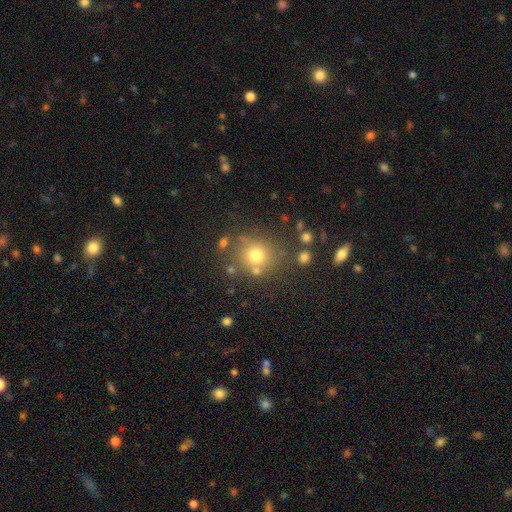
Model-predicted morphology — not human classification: Smooth or featured: smooth — 72% (star or artifact — 16%)
How rounded: round — 87% (in between — 12%)
Merging: none — 73% (minor disturbance — 12%)